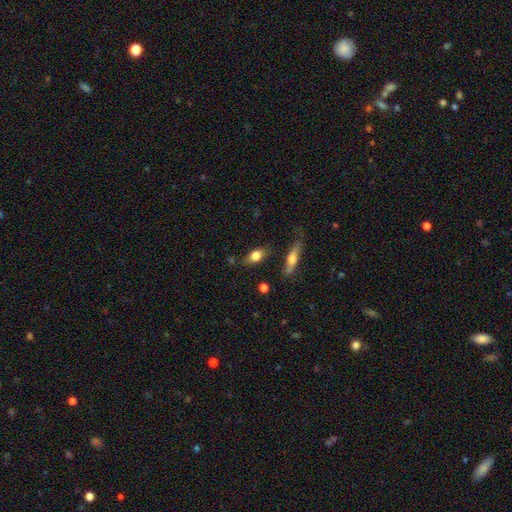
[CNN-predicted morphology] This is likely a smooth galaxy (74%). How rounded: likely in between (77%). Merging: likely none (70%).